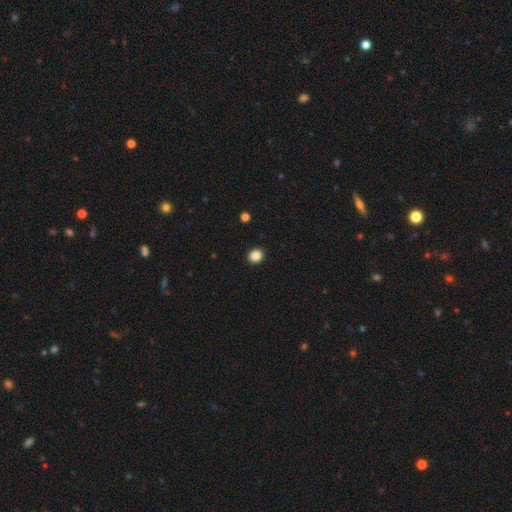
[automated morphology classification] This appears to be a smooth galaxy with no disk features (86%) that is round (67%). Merging: none (92%).